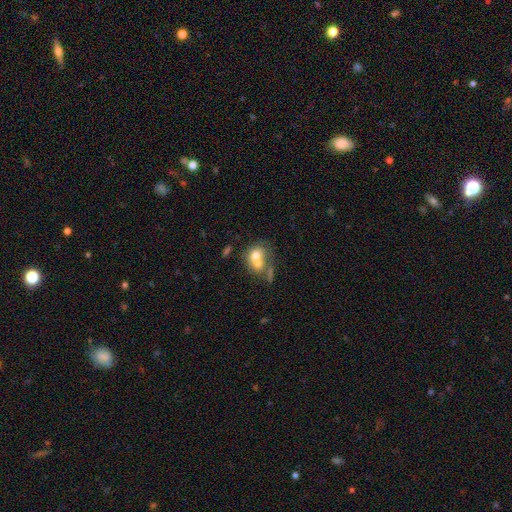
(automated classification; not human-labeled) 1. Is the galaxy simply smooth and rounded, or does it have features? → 64% smooth, 26% featured or disk, 10% star or artifact.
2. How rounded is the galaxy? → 55% round, 43% in between, 1% cigar-shaped.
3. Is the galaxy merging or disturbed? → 65% merger, 21% none, 8% minor disturbance, 6% major disturbance.